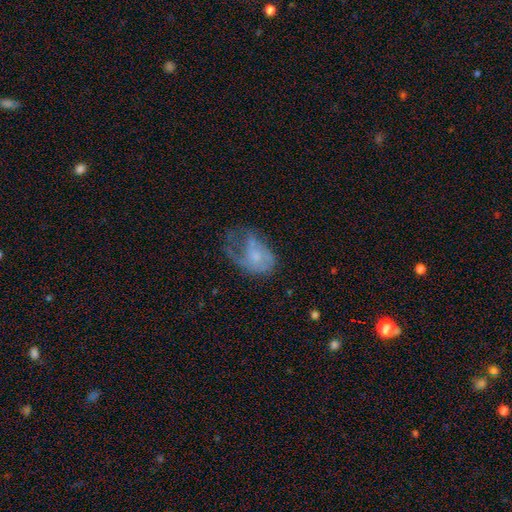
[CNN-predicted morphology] Smooth or featured? featured or disk (54%)
Edge-on disk? no (97%)
Bar? no (78%)
Spiral arms? yes (51%)
Bulge size? small (43%)
Merging? major disturbance (50%)